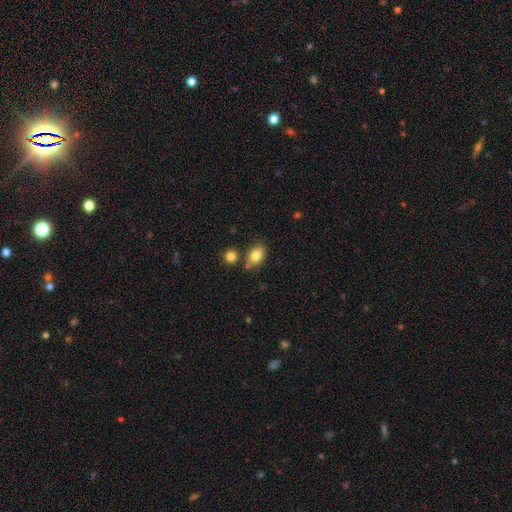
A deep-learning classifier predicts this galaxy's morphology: A smooth galaxy with no disk features (83%) that is in between round and cigar-shaped (75%). Merging: none (70%).